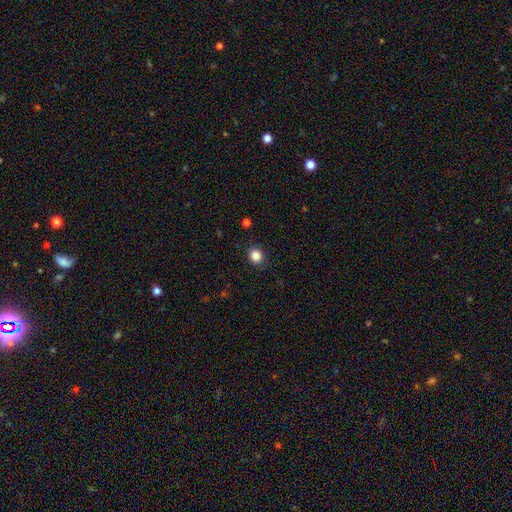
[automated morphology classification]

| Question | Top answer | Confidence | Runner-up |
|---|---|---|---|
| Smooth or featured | smooth | 85% | star or artifact (11%) |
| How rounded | round | 78% | in between (21%) |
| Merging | none | 88% | minor disturbance (8%) |